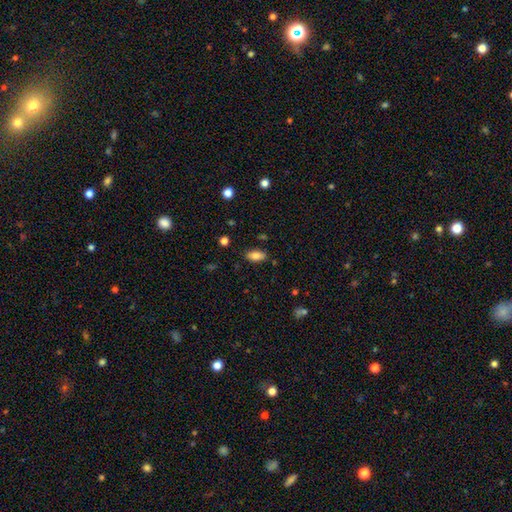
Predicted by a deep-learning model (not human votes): Q: Smooth or featured?
A: smooth (81%); runner-up: featured or disk (11%)
Q: How rounded?
A: in between (89%); runner-up: cigar-shaped (8%)
Q: Merging?
A: none (85%); runner-up: minor disturbance (11%)